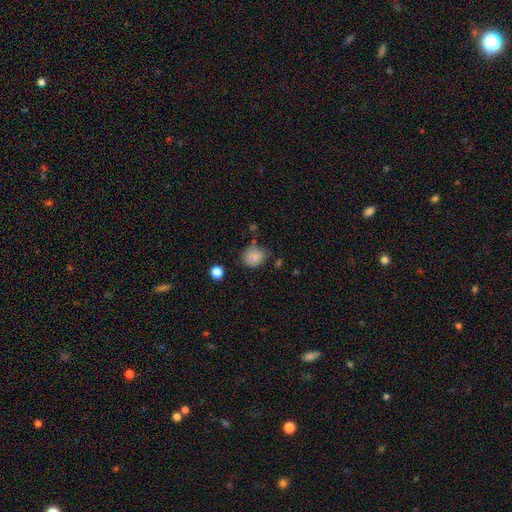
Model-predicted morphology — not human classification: Q: Smooth or featured?
A: smooth (82%); runner-up: star or artifact (11%)
Q: How rounded?
A: round (75%); runner-up: in between (24%)
Q: Merging?
A: none (66%); runner-up: minor disturbance (23%)